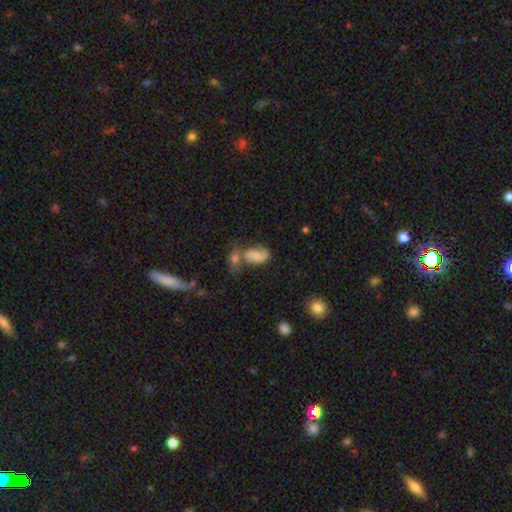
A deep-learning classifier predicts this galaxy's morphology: Smooth or featured? featured or disk (50%)
Merging? merger (44%)